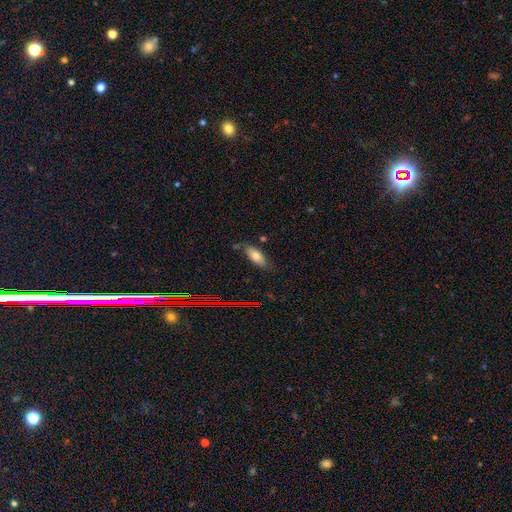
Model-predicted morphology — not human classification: Q: Smooth or featured?
A: smooth (69%); runner-up: featured or disk (20%)
Q: How rounded?
A: in between (84%); runner-up: cigar-shaped (13%)
Q: Merging?
A: none (67%); runner-up: minor disturbance (22%)